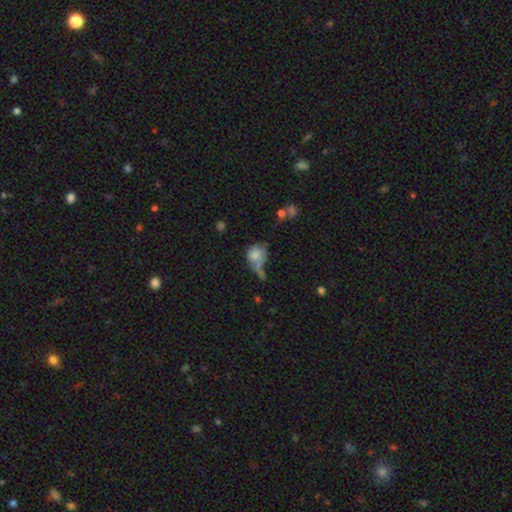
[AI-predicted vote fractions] This appears to be a smooth galaxy with no disk features (75%) that is round (66%). Merging: none (33%).